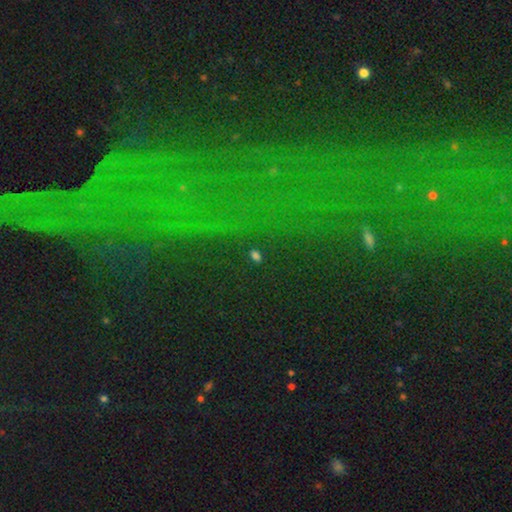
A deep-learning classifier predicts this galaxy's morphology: This appears to be a smooth galaxy with no disk features (54%) that is in between round and cigar-shaped (78%). Merging: none (83%).